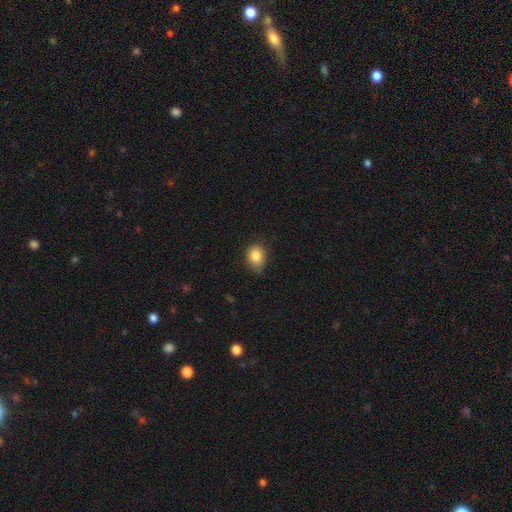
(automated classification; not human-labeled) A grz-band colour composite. It shows a smooth galaxy with no disk features (85%) that is in between round and cigar-shaped (58%). Merging: none (74%).